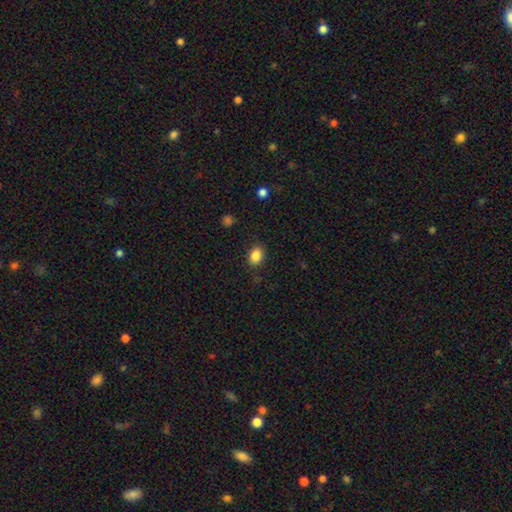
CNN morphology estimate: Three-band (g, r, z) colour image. It shows a smooth galaxy with no disk features (86%) that is in between round and cigar-shaped (70%). Merging: none (86%).